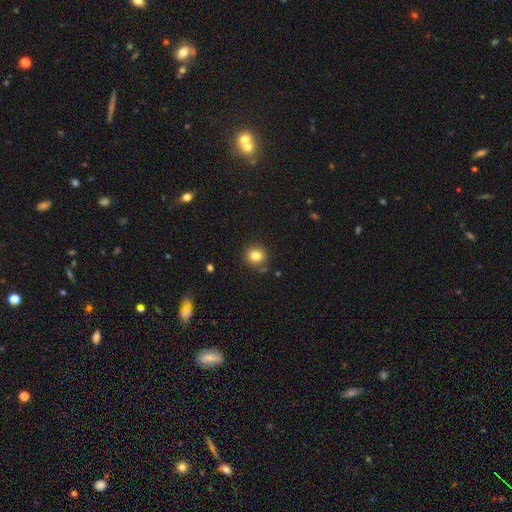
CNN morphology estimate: Smooth or featured? Predicted: smooth (p=0.82). How rounded? Predicted: round (p=0.86). Merging? Predicted: none (p=0.84).